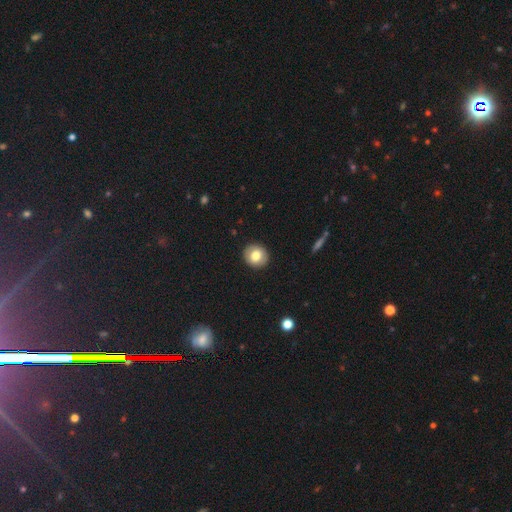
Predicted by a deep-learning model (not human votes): Overall: smooth (77%). How rounded: round (86%). Merging: none (91%).